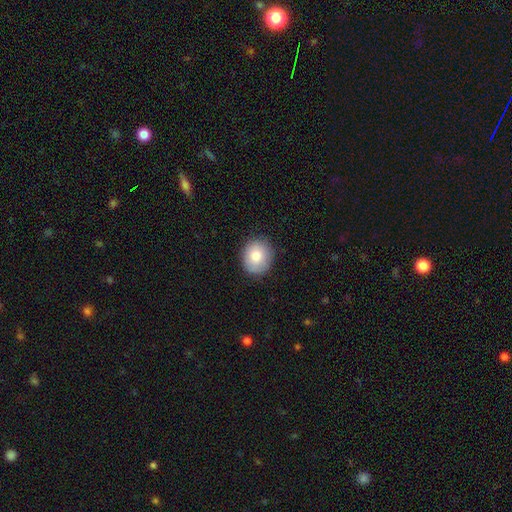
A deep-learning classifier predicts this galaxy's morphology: smooth-or-featured: smooth: 81% | featured or disk: 11% | star or artifact: 8%
  how-rounded: round: 78% | in between: 21% | cigar-shaped: 1%
  merging: none: 85% | minor disturbance: 11% | major disturbance: 2% | merger: 1%